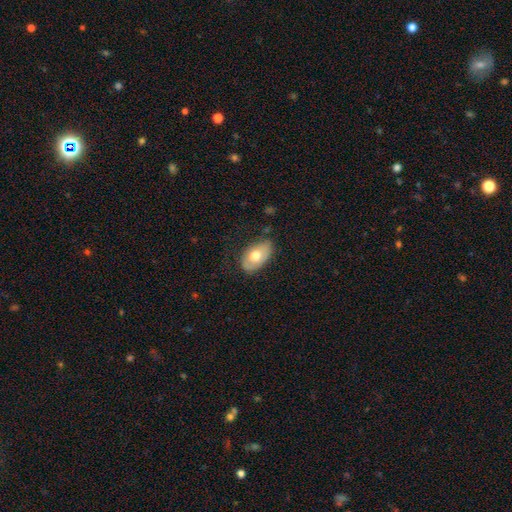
smooth_or_featured: smooth (p=0.55) [alt: featured or disk p=0.39]
how_rounded: in between (p=0.95) [alt: round p=0.05]
merging: none (p=0.61) [alt: minor disturbance p=0.36]